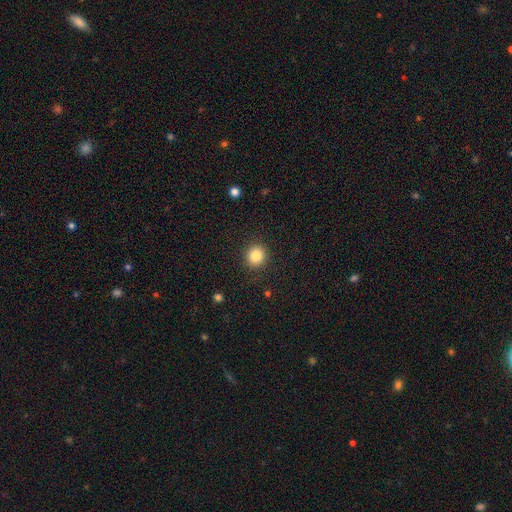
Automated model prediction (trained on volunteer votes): Morphology: type=smooth (84%); roundness=round (88%); merging=none (90%).